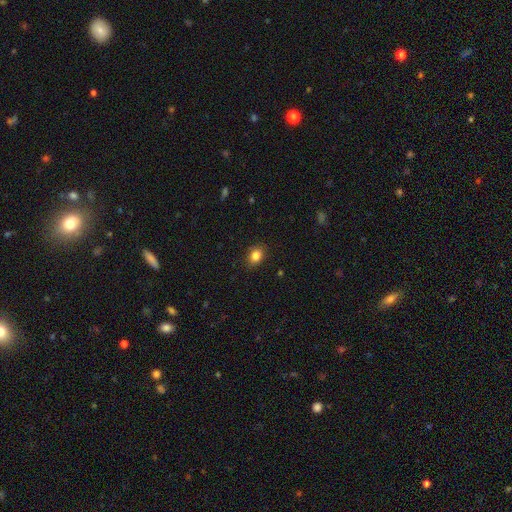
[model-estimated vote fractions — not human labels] smooth 84%, star or artifact 10%, featured or disk 5%. Down the decision tree: how rounded — in between (53%); merging — none (87%).